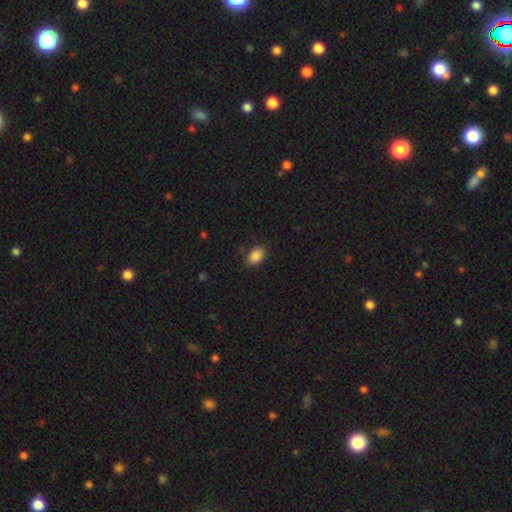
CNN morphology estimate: Smooth or featured: smooth — 88% (star or artifact — 8%)
How rounded: in between — 88% (round — 11%)
Merging: none — 84% (minor disturbance — 12%)